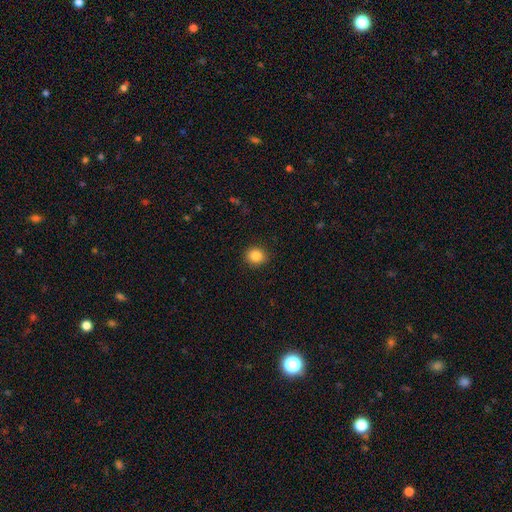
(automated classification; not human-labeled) smooth 86%, star or artifact 10%, featured or disk 5%. Down the decision tree: how rounded — round (84%); merging — none (91%).